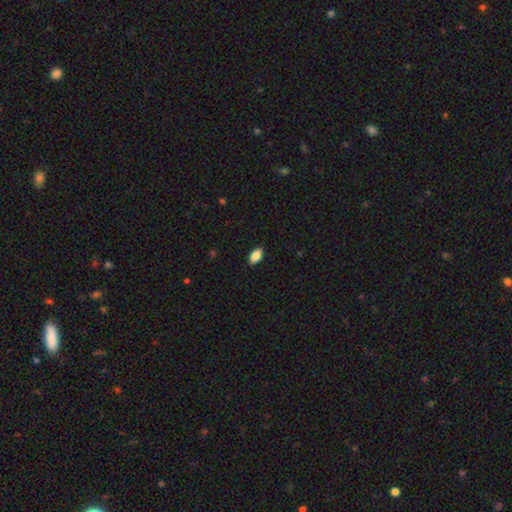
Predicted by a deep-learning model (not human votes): A smooth galaxy with no disk features (86%) that is in between round and cigar-shaped (91%).

Vote fractions:
- Smooth or featured? smooth: 86% / star or artifact: 7% / featured or disk: 7%
- How rounded? in between: 91% / cigar-shaped: 5% / round: 4%
- Merging? none: 88% / minor disturbance: 9% / major disturbance: 2% / merger: 1%